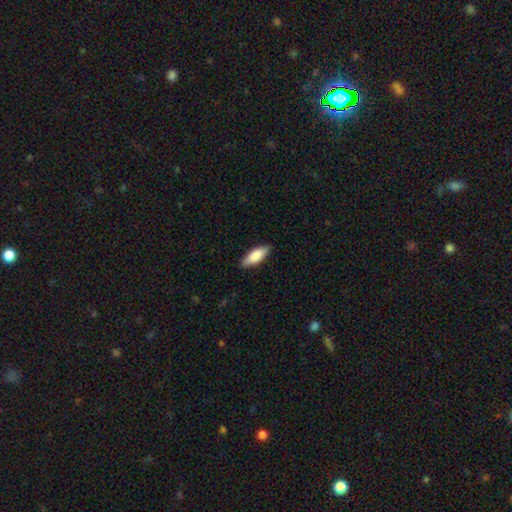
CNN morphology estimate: Smooth or featured: smooth — 82% (featured or disk — 13%)
How rounded: in between — 69% (cigar-shaped — 29%)
Merging: none — 87% (minor disturbance — 10%)